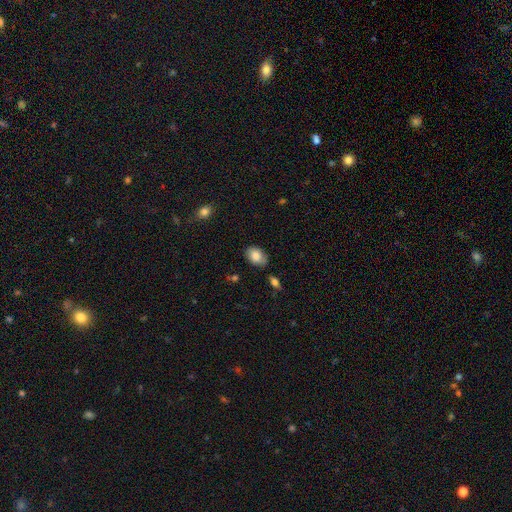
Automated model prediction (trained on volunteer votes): The model was most divided on "merging": none: 77%, minor disturbance: 17%, merger: 3%, major disturbance: 3%. More confident: how rounded — in between (83%); smooth or featured — smooth (83%).